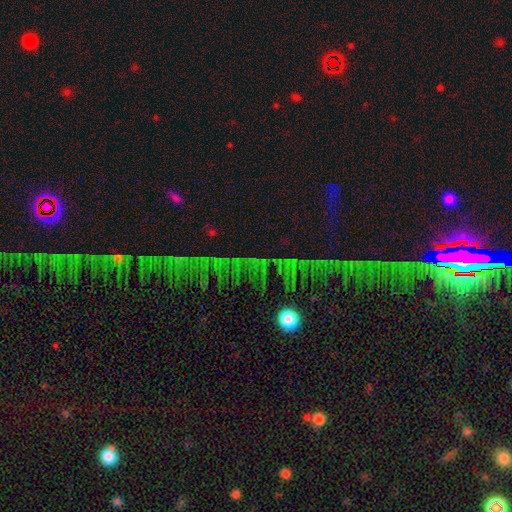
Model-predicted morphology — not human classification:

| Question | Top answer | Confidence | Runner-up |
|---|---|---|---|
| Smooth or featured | star or artifact | 74% | smooth (15%) |